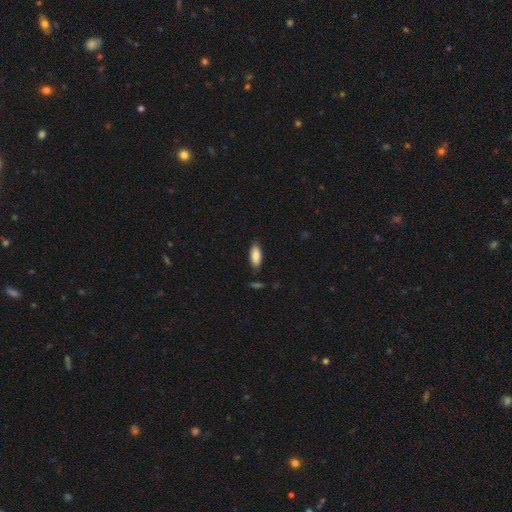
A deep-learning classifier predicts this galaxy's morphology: A smooth galaxy with no disk features (86%) that is in between round and cigar-shaped (82%). Merging: none (84%).